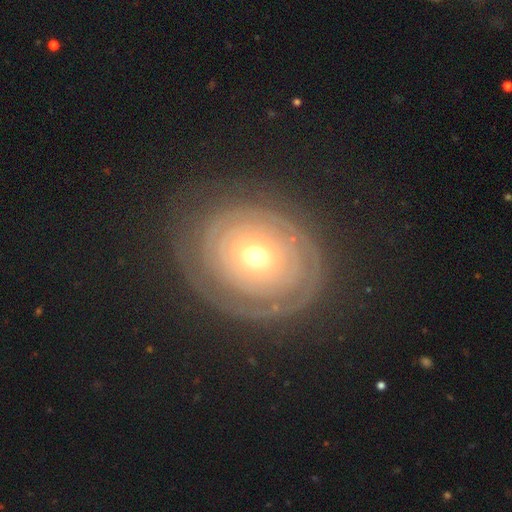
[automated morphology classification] A featured or disk galaxy (77%) with no bar (85%), tight (86%) spiral arms (77%) and a moderate central bulge (62%).

Vote fractions:
- Smooth or featured? featured or disk: 77% / smooth: 16% / star or artifact: 7%
- Edge-on disk? no: 96% / yes: 4%
- Bar? no: 85% / weak: 10% / strong: 5%
- Spiral arms? yes: 77% / no: 23%
- Spiral winding? tight: 86% / medium: 10% / loose: 5%
- Spiral arm count? can't tell: 44% / 2: 20% / 3: 11% / 1: 10% / more than 4: 7% / 4: 7%
- Bulge size? moderate: 62% / small: 28% / large: 7% / dominant: 2% / none: 1%
- Merging? none: 78% / minor disturbance: 13% / major disturbance: 7% / merger: 1%